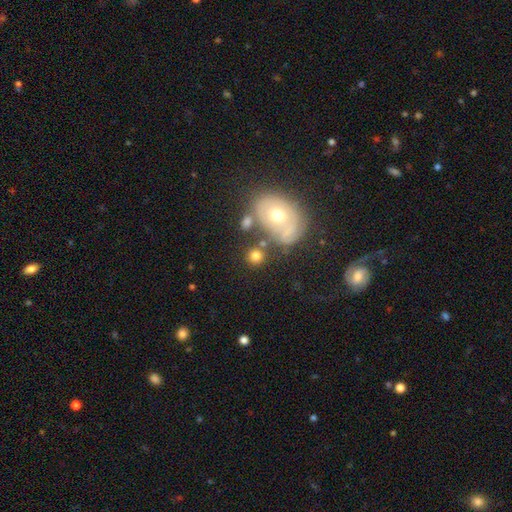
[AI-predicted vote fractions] The model was most divided on "merging": none: 65%, merger: 16%, minor disturbance: 12%, major disturbance: 6%. More confident: how rounded — round (81%); smooth or featured — smooth (73%).